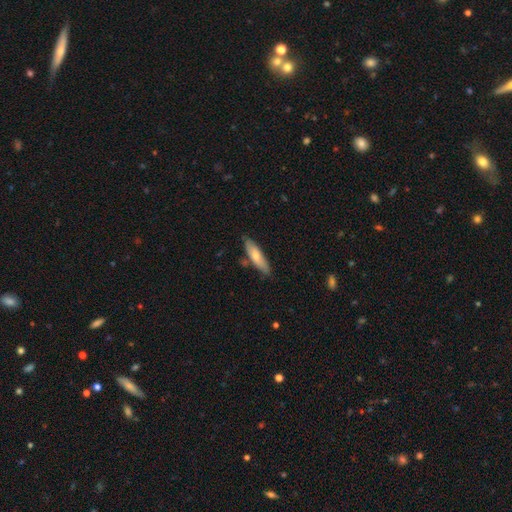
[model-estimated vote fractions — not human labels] The model was most divided on "how rounded": cigar-shaped: 58%, in between: 40%, round: 2%. More confident: merging — none (76%); smooth or featured — smooth (67%).